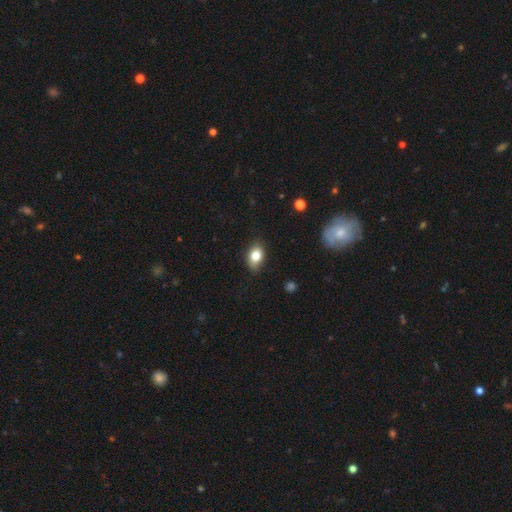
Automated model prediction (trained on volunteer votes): Smooth or featured: smooth — 80% (featured or disk — 10%)
How rounded: in between — 79% (round — 20%)
Merging: none — 81% (minor disturbance — 16%)